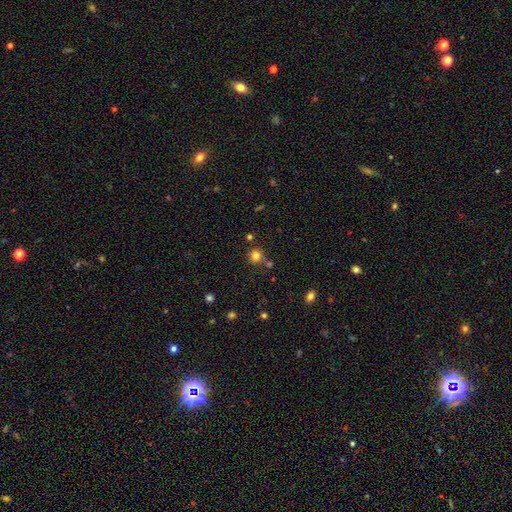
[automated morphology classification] type=smooth (80%); roundness=round (92%); merging=none (75%).